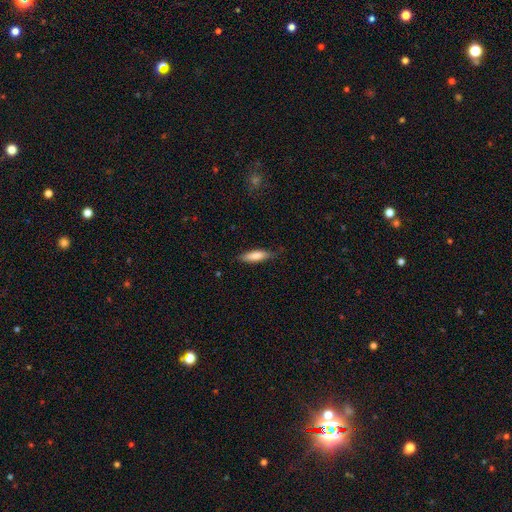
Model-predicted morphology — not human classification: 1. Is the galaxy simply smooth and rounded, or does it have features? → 80% smooth, 14% featured or disk, 6% star or artifact.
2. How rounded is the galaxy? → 60% cigar-shaped, 39% in between, 2% round.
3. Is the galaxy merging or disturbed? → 81% none, 15% minor disturbance, 3% major disturbance, 1% merger.